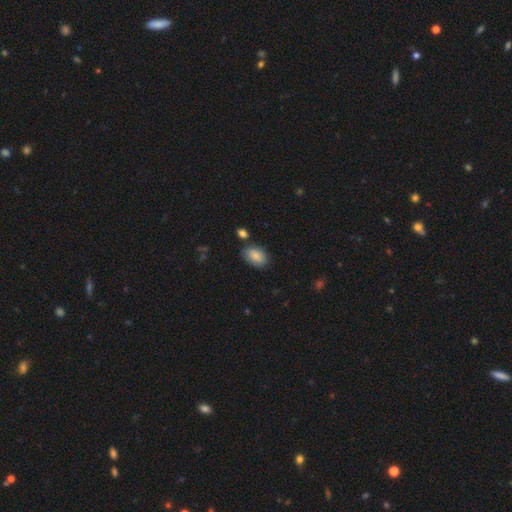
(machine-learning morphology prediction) smooth-or-featured: smooth: 87% | star or artifact: 7% | featured or disk: 6%
  how-rounded: in between: 92% | round: 7% | cigar-shaped: 1%
  merging: none: 77% | minor disturbance: 14% | merger: 5% | major disturbance: 3%